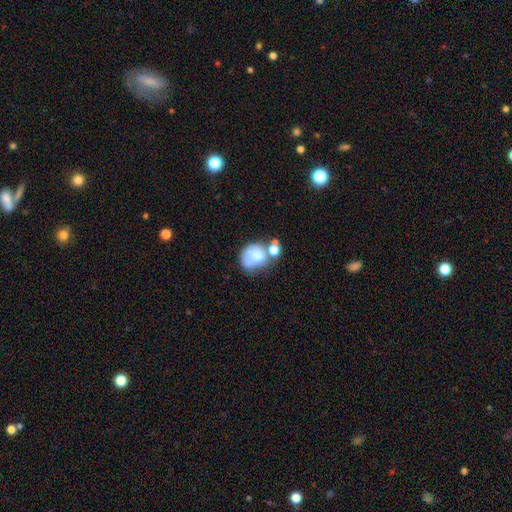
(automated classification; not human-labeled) This is likely a smooth galaxy (69%). How rounded: possibly round (59%). Merging: marginally none (30%, tied with merger).